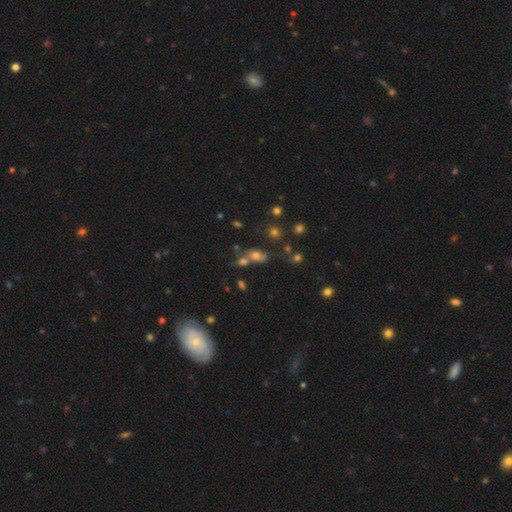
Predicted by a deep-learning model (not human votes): smooth-or-featured: smooth: 57% | star or artifact: 26% | featured or disk: 17%
  how-rounded: in between: 60% | round: 35% | cigar-shaped: 4%
  merging: none: 41% | merger: 38% | minor disturbance: 13% | major disturbance: 8%